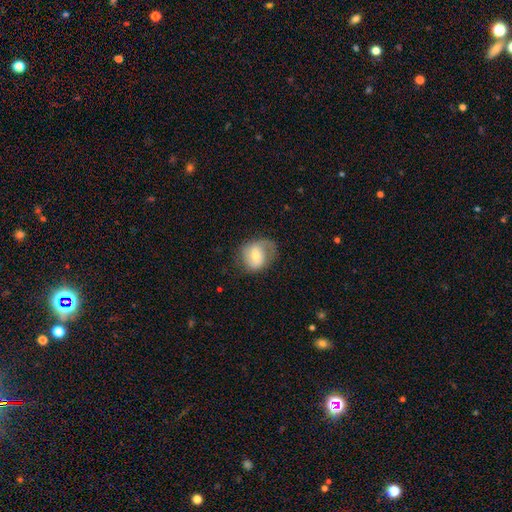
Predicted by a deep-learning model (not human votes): The model was most divided on "bar": no: 47%, weak: 38%, strong: 15%. More confident: edge-on disk — no (96%); spiral arms — yes (78%); merging — none (58%); bulge size — moderate (57%); smooth or featured — featured or disk (53%).